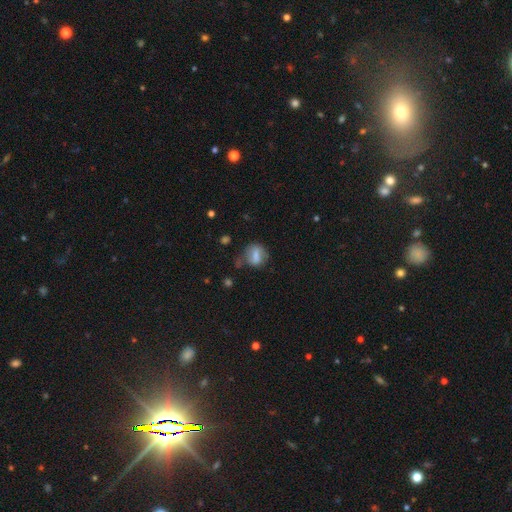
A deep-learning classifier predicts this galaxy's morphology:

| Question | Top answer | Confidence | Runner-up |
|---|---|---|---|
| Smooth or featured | smooth | 63% | featured or disk (27%) |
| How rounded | in between | 52% | round (43%) |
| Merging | none | 53% | minor disturbance (26%) |